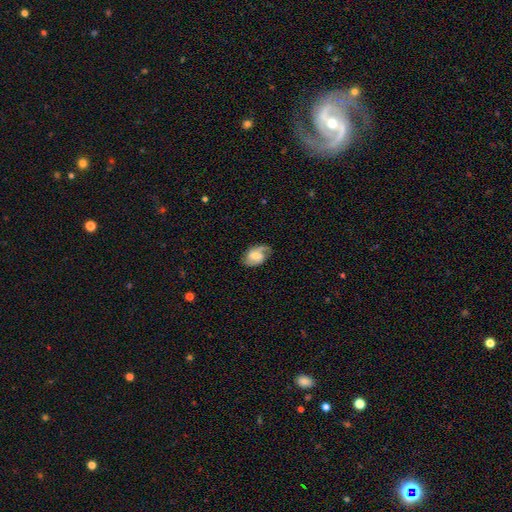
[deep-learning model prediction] smooth_or_featured: featured or disk (p=0.63) [alt: smooth p=0.30]
disk_edge_on: no (p=0.97) [alt: yes p=0.03]
bar: weak (p=0.49) [alt: no p=0.28]
has_spiral_arms: yes (p=0.88) [alt: no p=0.12]
spiral_winding: medium (p=0.47) [alt: tight p=0.28]
spiral_arm_count: 2 (p=0.72) [alt: 1 p=0.17]
bulge_size: moderate (p=0.35) [alt: small p=0.31]
merging: none (p=0.66) [alt: minor disturbance p=0.23]